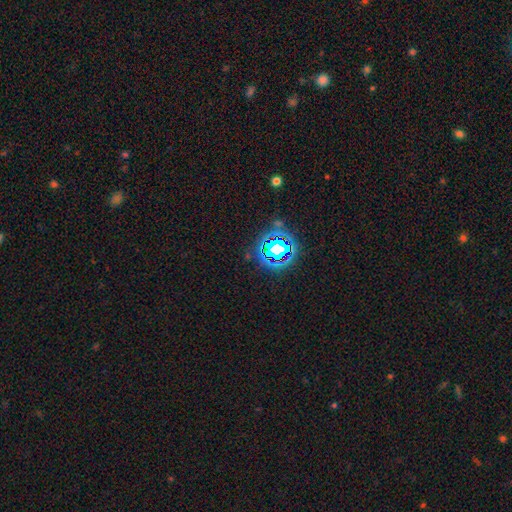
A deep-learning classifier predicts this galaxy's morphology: This is clearly a star or artifact rather than a galaxy (81%).